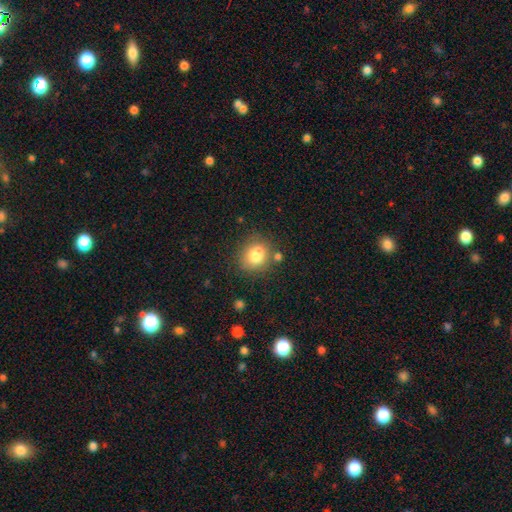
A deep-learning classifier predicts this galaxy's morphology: The model was most divided on "how rounded": round: 69%, in between: 30%, cigar-shaped: 1%. More confident: smooth or featured — smooth (76%); merging — none (63%).